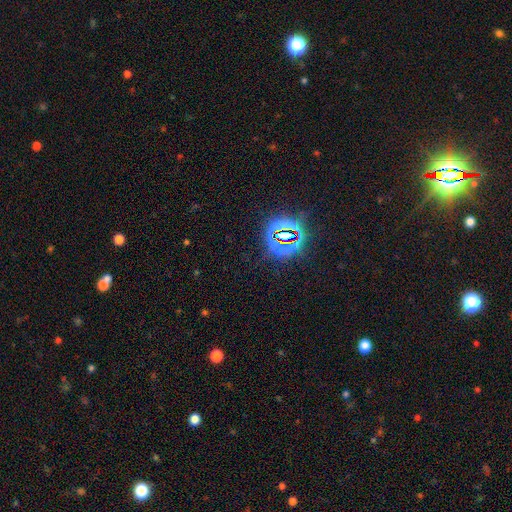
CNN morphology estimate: Smooth or featured: star or artifact — 83% (smooth — 10%)